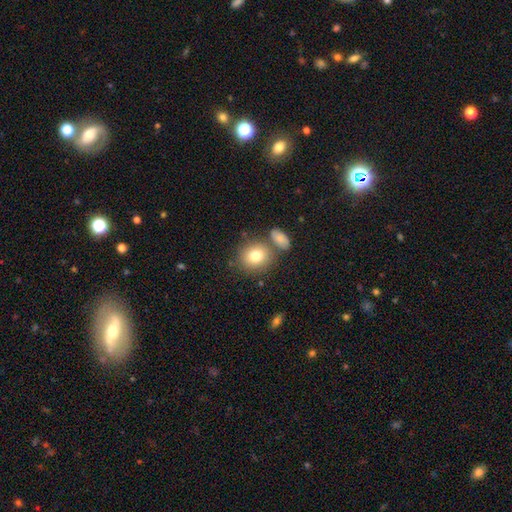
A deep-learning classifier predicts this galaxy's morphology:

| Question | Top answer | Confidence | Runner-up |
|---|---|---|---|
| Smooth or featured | smooth | 78% | featured or disk (12%) |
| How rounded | round | 77% | in between (22%) |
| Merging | none | 68% | merger (17%) |